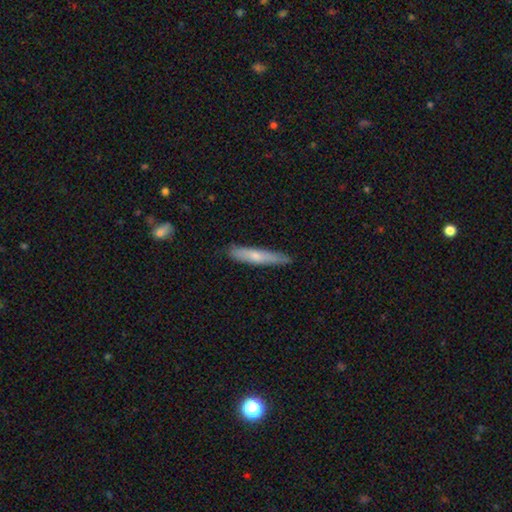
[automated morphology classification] smooth_or_featured: smooth (p=0.59) [alt: featured or disk p=0.35]
how_rounded: cigar-shaped (p=0.90) [alt: in between p=0.09]
merging: none (p=0.80) [alt: minor disturbance p=0.16]